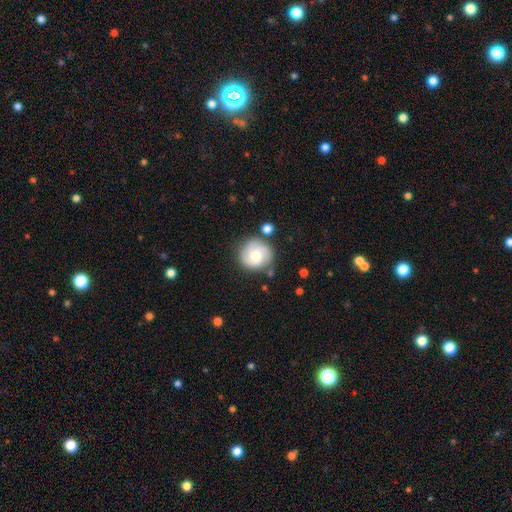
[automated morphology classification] A featured or disk galaxy (58%) with no bar (65%), 2 (50%) medium (43%) spiral arms (90%) and a moderate central bulge (63%). Merging: none (75%).